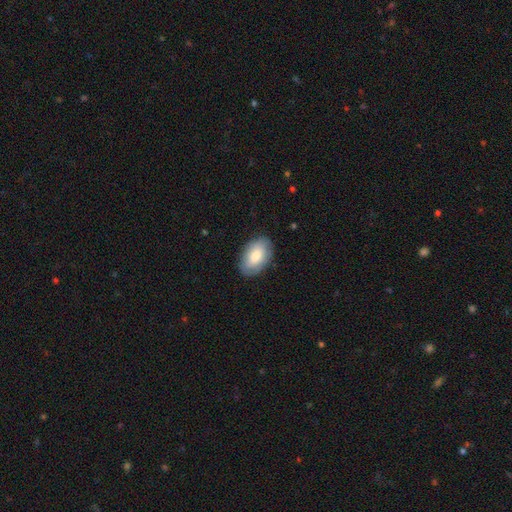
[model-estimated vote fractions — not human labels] Overall: smooth (76%). How rounded: in between (93%). Merging: none (82%).